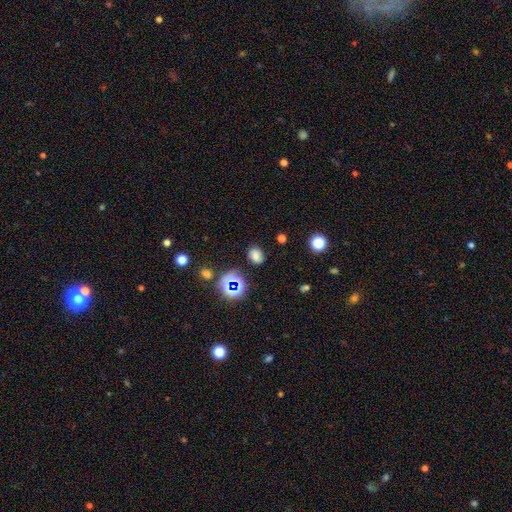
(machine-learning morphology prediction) A smooth galaxy with no disk features (68%) that is in between round and cigar-shaped (58%).

Vote fractions:
- Smooth or featured? smooth: 68% / star or artifact: 22% / featured or disk: 10%
- How rounded? in between: 58% / round: 41% / cigar-shaped: 1%
- Merging? none: 80% / minor disturbance: 13% / major disturbance: 4% / merger: 3%